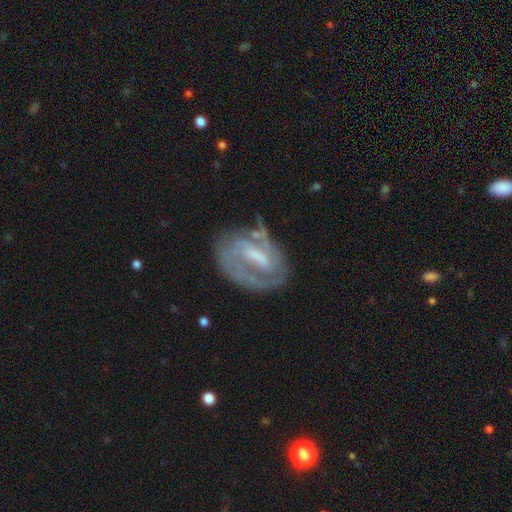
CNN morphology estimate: Smooth or featured? featured or disk (79%)
Edge-on disk? no (96%)
Bar? weak (43%)
Spiral arms? yes (81%)
Spiral winding? tight (51%)
Spiral arm count? 2 (46%)
Bulge size? moderate (34%)
Merging? none (55%)